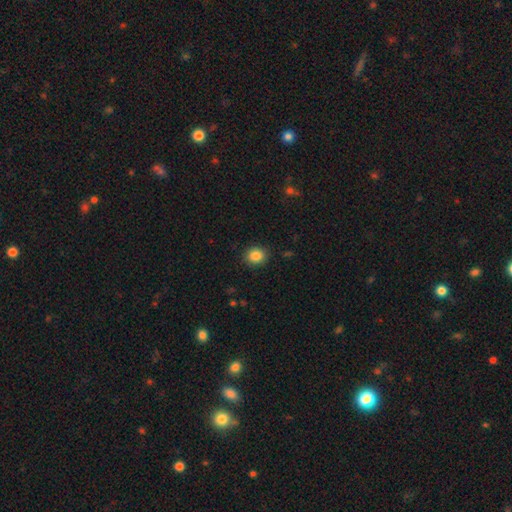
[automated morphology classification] Smooth or featured: smooth — 85% (star or artifact — 10%)
How rounded: round — 72% (in between — 27%)
Merging: none — 90% (minor disturbance — 7%)